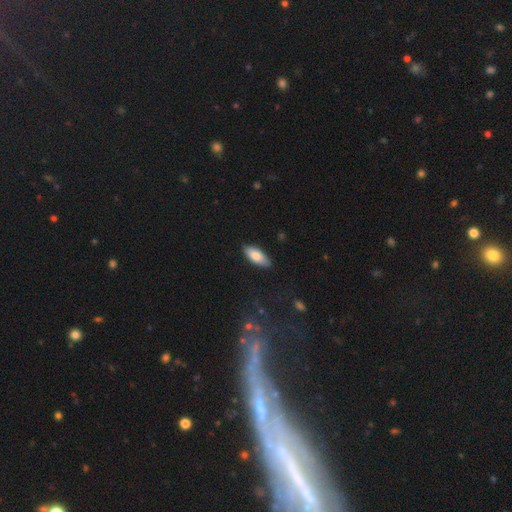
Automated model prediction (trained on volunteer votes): Overall: smooth (80%). How rounded: in between (81%). Merging: none (87%).